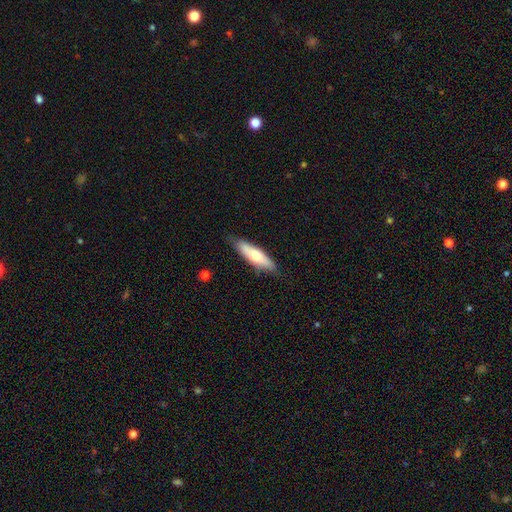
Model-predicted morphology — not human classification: Q: Smooth or featured?
A: smooth (59%); runner-up: featured or disk (35%)
Q: How rounded?
A: cigar-shaped (56%); runner-up: in between (43%)
Q: Merging?
A: none (81%); runner-up: minor disturbance (15%)